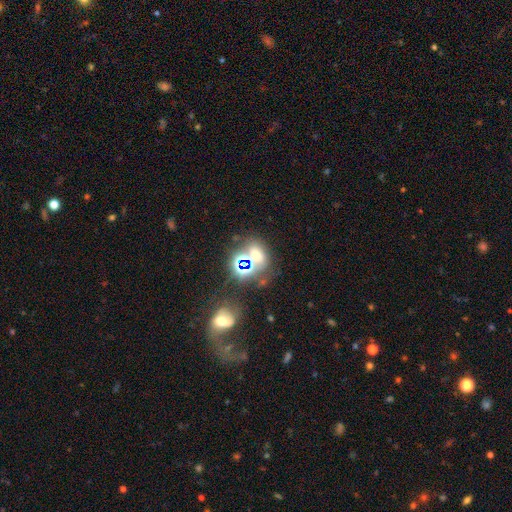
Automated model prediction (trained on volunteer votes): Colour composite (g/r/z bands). It shows a smooth galaxy with no disk features (44%). Merging: none (53%).